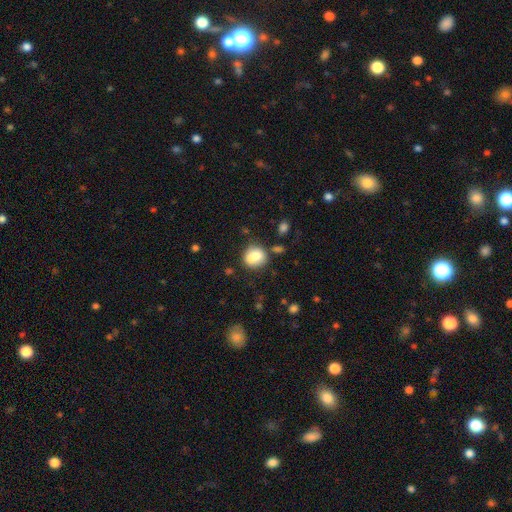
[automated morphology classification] A smooth galaxy with no disk features (76%) that is round (69%).

Vote fractions:
- Smooth or featured? smooth: 76% / featured or disk: 15% / star or artifact: 9%
- How rounded? round: 69% / in between: 30% / cigar-shaped: 1%
- Merging? none: 54% / merger: 22% / minor disturbance: 18% / major disturbance: 6%